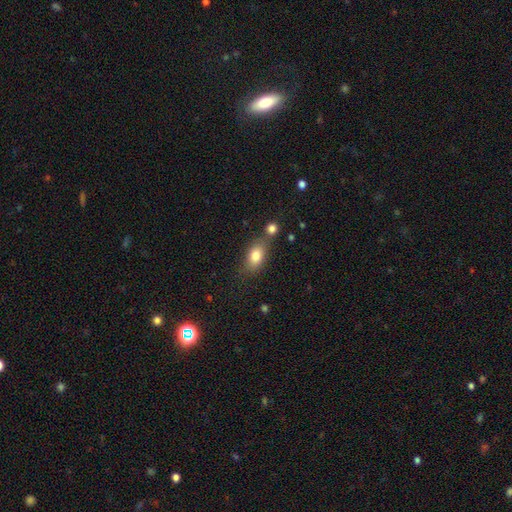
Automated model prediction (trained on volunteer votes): This is likely a smooth galaxy (80%). How rounded: clearly in between (82%). Merging: possibly none (59%).